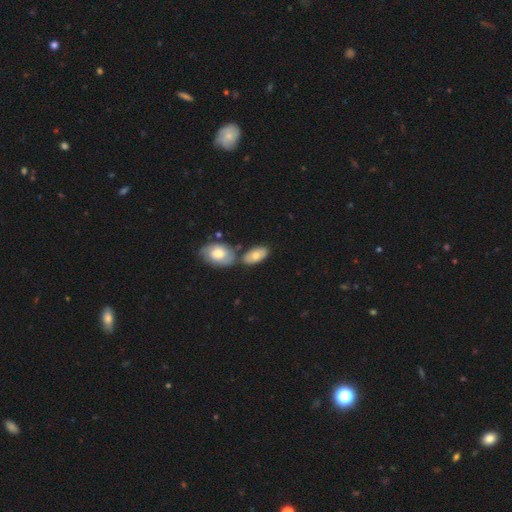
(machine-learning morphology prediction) smooth-or-featured: smooth: 70% | featured or disk: 23% | star or artifact: 7%
  how-rounded: in between: 92% | round: 5% | cigar-shaped: 3%
  merging: none: 59% | merger: 24% | minor disturbance: 14% | major disturbance: 4%